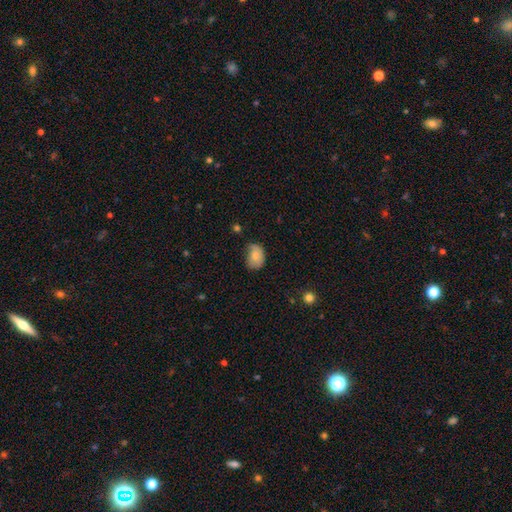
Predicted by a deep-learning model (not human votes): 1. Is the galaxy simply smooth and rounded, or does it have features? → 75% smooth, 17% featured or disk, 8% star or artifact.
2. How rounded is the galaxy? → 76% in between, 23% round, 1% cigar-shaped.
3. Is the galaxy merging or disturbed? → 47% none, 40% minor disturbance, 11% major disturbance, 2% merger.